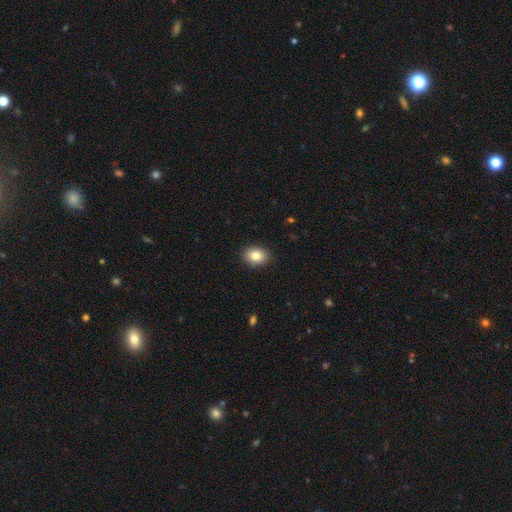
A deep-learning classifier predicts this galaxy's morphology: Smooth or featured?
  - smooth: 84% *
  - star or artifact: 8%
  - featured or disk: 8%
How rounded?
  - in between: 64% *
  - round: 35%
  - cigar-shaped: 1%
Merging?
  - none: 90% *
  - minor disturbance: 7%
  - major disturbance: 2%
  - merger: 1%